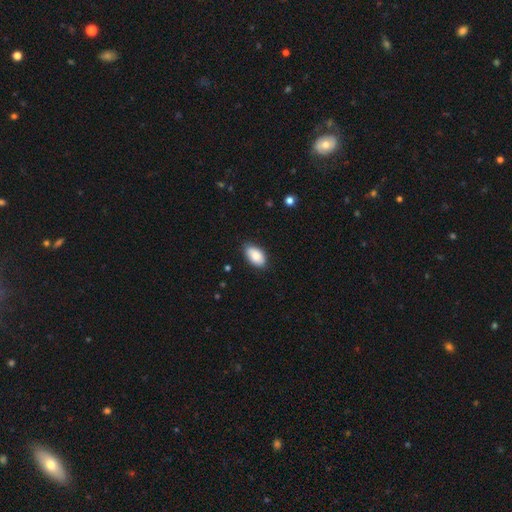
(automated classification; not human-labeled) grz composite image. It shows a smooth galaxy with no disk features (87%) that is in between round and cigar-shaped (94%). Merging: none (82%).